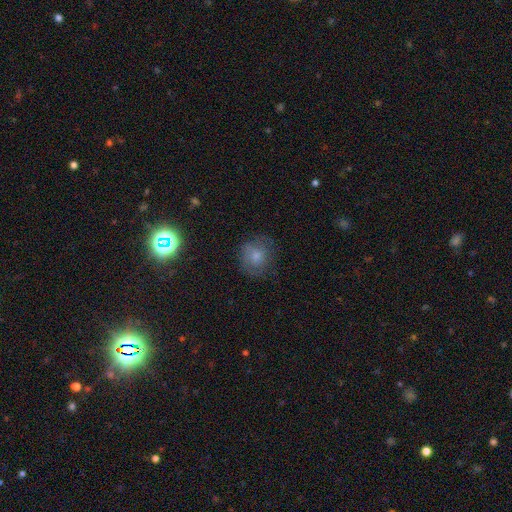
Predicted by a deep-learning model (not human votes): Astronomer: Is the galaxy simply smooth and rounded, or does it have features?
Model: smooth — 67%.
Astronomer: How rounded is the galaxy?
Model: round — 81%.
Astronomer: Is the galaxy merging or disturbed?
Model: none — 67%.